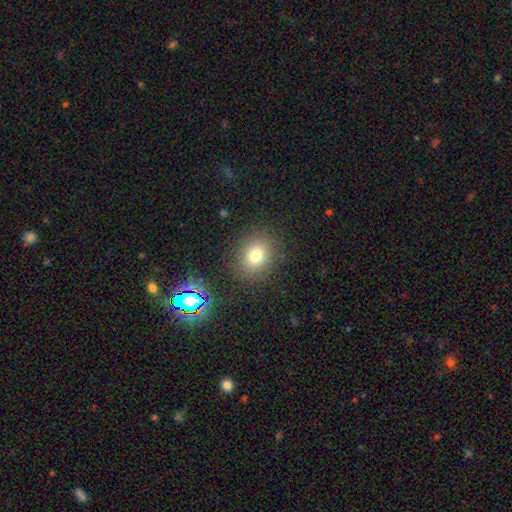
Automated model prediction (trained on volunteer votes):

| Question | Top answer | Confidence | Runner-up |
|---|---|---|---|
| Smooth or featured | smooth | 74% | star or artifact (16%) |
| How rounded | round | 64% | in between (35%) |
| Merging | none | 86% | minor disturbance (9%) |